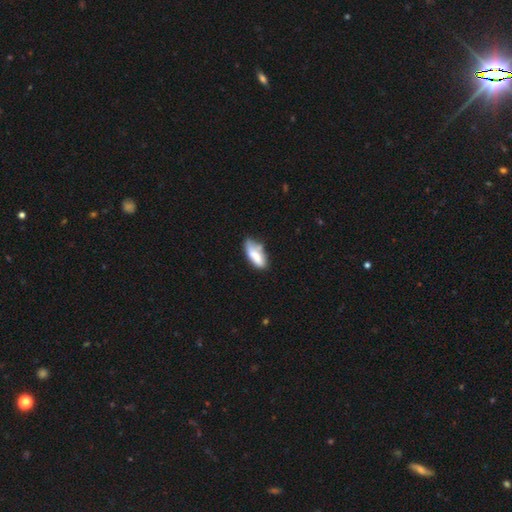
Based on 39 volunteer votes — This is likely a smooth galaxy (79%). How rounded: likely in between (77%). Merging: possibly none (57%).